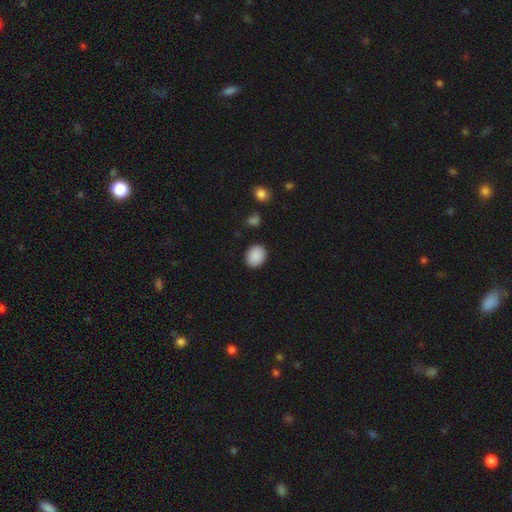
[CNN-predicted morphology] type=smooth (90%); roundness=round (56%); merging=none (89%).